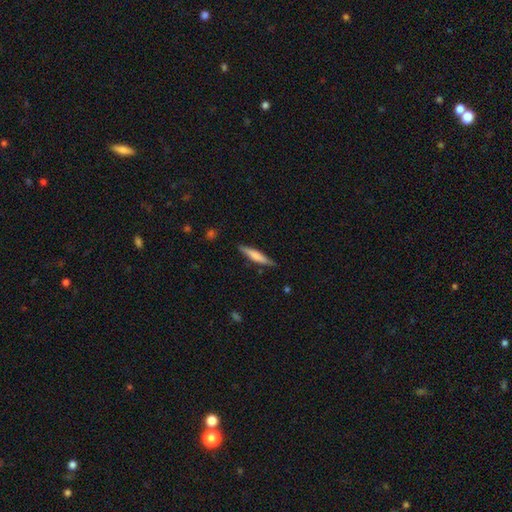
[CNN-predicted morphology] Overall: smooth (68%). How rounded: cigar-shaped (89%). Merging: none (83%).